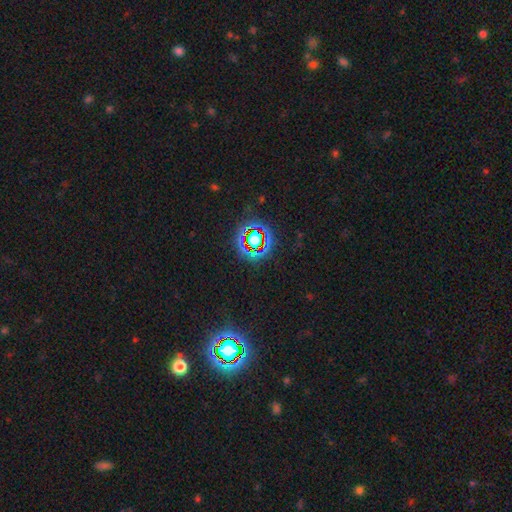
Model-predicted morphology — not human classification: A star or artifact, not a galaxy (78%).